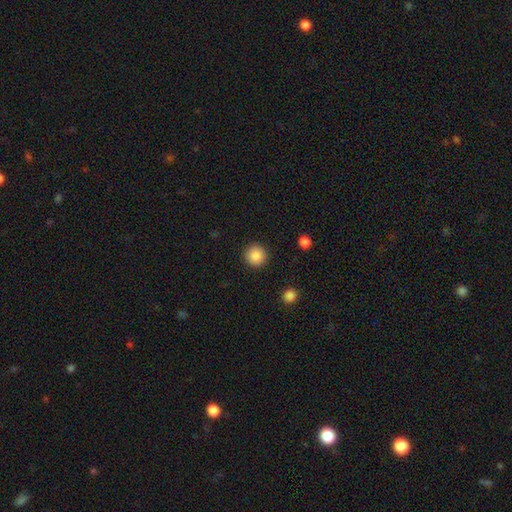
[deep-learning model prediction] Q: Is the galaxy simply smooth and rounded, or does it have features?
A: smooth — 88%.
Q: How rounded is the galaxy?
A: round — 95%.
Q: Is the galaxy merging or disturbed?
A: none — 92%.